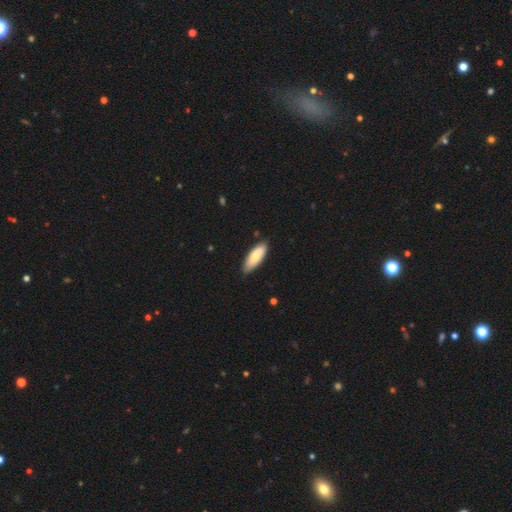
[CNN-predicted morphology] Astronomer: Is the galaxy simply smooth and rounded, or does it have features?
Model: smooth — 80%.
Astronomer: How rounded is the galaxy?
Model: in between — 71%.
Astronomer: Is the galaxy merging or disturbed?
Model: none — 82%.